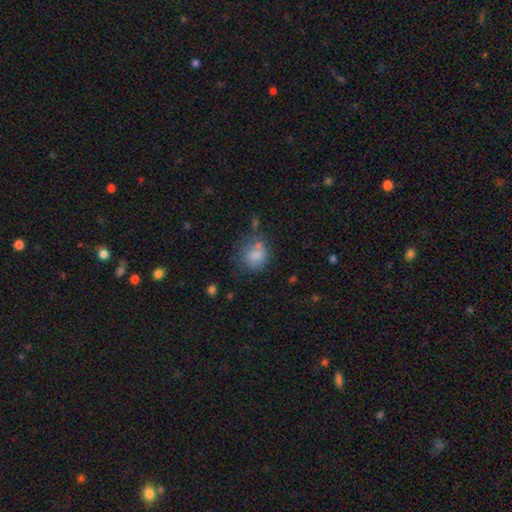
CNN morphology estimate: Smooth or featured? smooth (77%)
How rounded? round (72%)
Merging? none (53%)